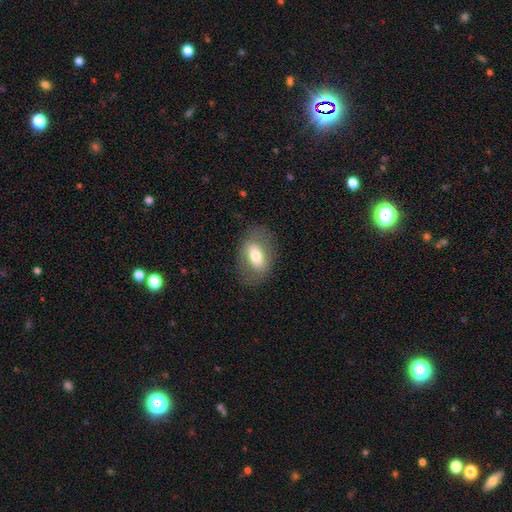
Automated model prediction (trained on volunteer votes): A smooth galaxy with no disk features (58%) that is in between round and cigar-shaped (85%). Merging: none (76%).